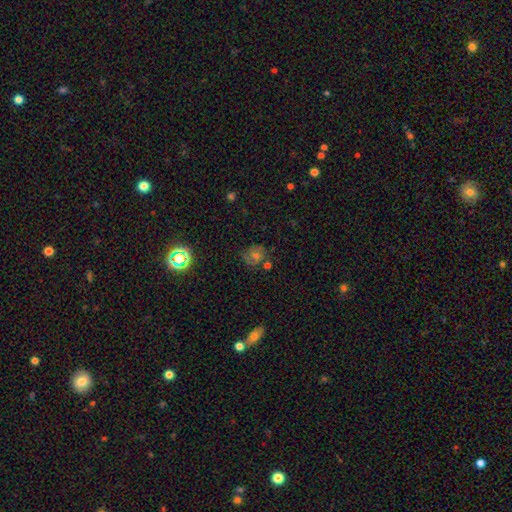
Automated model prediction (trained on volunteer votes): Smooth or featured? Predicted: featured or disk (p=0.39). Merging? Predicted: none (p=0.71).